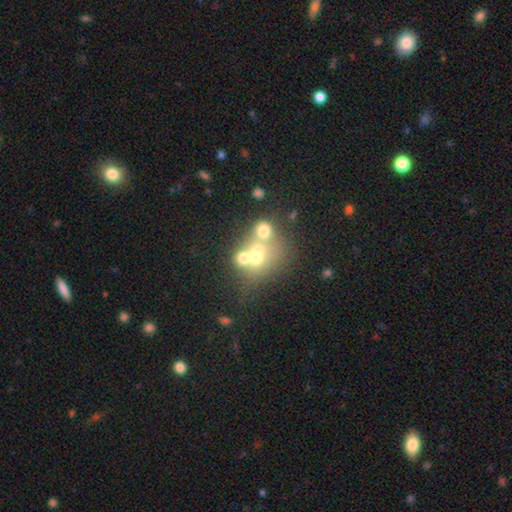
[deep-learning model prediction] This is possibly a smooth galaxy (52%). How rounded: likely round (67%). Merging: possibly merger (54%).